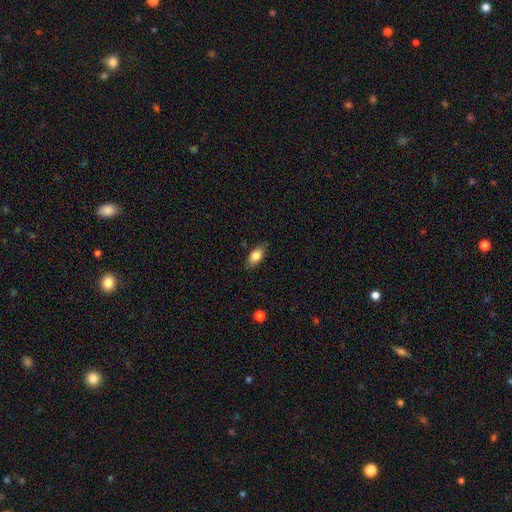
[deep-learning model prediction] Smooth or featured? smooth (81%)
How rounded? in between (87%)
Merging? none (79%)